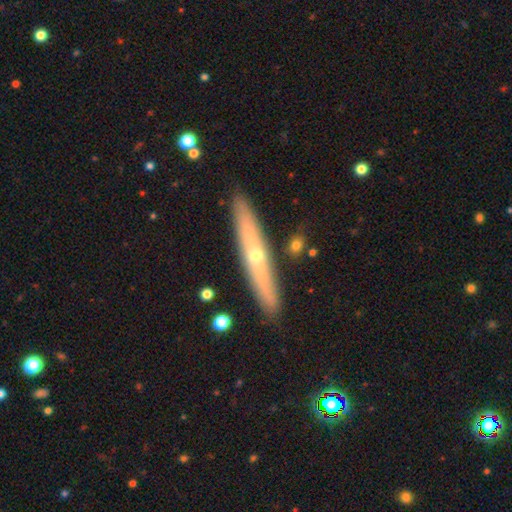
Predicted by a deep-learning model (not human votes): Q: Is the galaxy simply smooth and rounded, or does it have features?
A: featured or disk — 59%.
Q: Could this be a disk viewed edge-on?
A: yes — 87%.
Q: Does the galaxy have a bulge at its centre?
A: rounded — 76%.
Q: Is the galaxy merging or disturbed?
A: none — 88%.